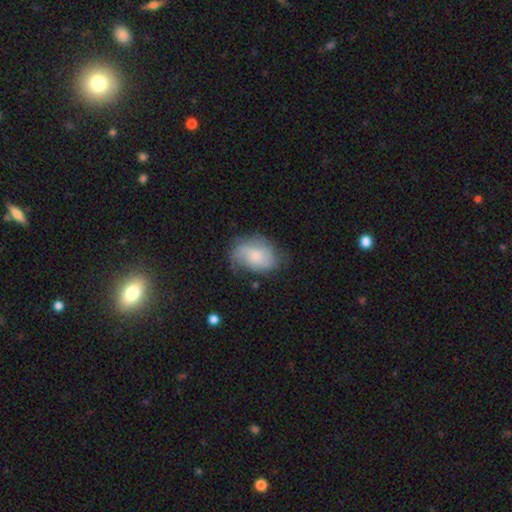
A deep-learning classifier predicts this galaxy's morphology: A smooth galaxy with no disk features (54%) that is in between round and cigar-shaped (77%).

Vote fractions:
- Smooth or featured? smooth: 54% / featured or disk: 38% / star or artifact: 8%
- How rounded? in between: 77% / round: 21% / cigar-shaped: 1%
- Merging? none: 52% / minor disturbance: 31% / major disturbance: 15% / merger: 2%